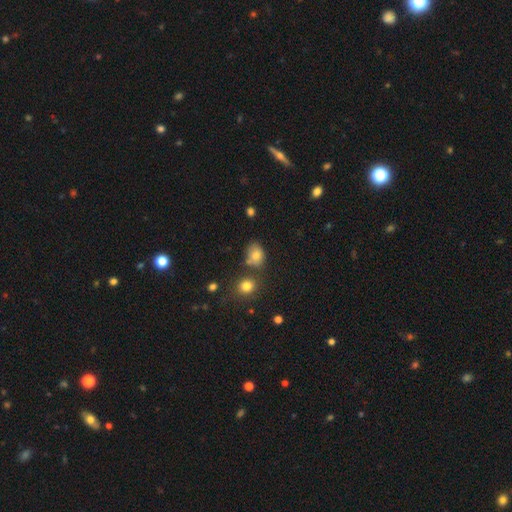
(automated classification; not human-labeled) Morphology: type=smooth (79%); roundness=in between (60%); merging=none (62%).